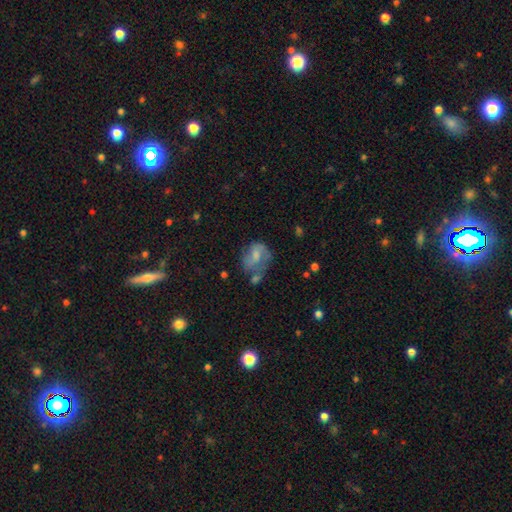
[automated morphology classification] Q: Smooth or featured?
A: smooth (46%); runner-up: featured or disk (45%)
Q: Merging?
A: none (34%); runner-up: minor disturbance (26%)